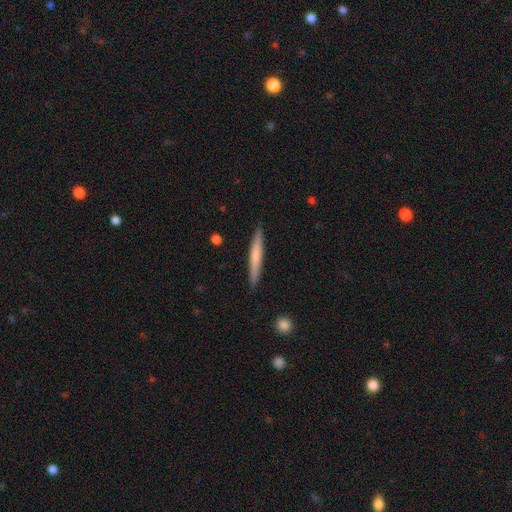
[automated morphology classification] A smooth galaxy with no disk features (62%) that is cigar-shaped (96%). Merging: none (90%).